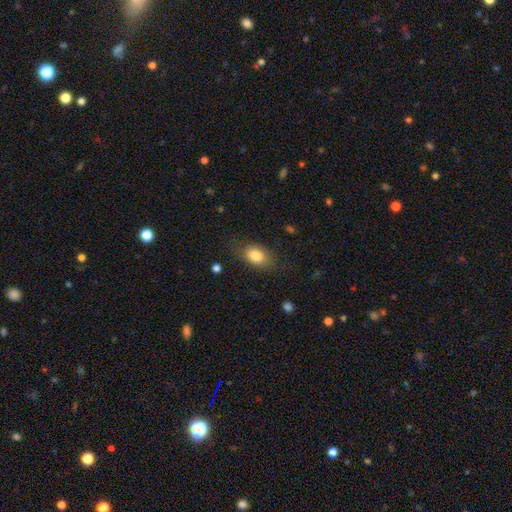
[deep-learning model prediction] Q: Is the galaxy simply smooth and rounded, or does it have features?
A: smooth — 82%.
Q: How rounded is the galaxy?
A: in between — 84%.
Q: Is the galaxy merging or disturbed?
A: none — 73%.